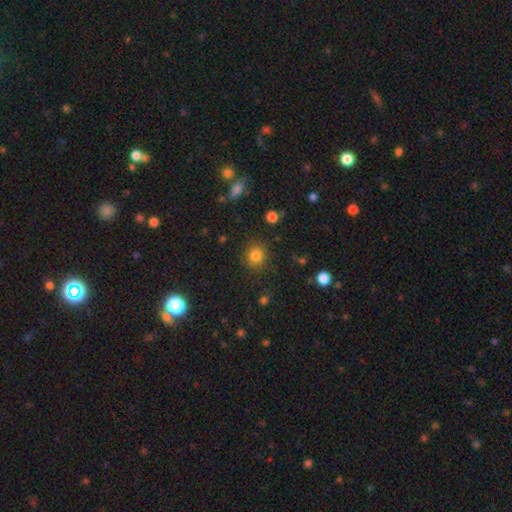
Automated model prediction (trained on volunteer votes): A smooth galaxy with no disk features (82%) that is round (87%). Merging: none (86%).